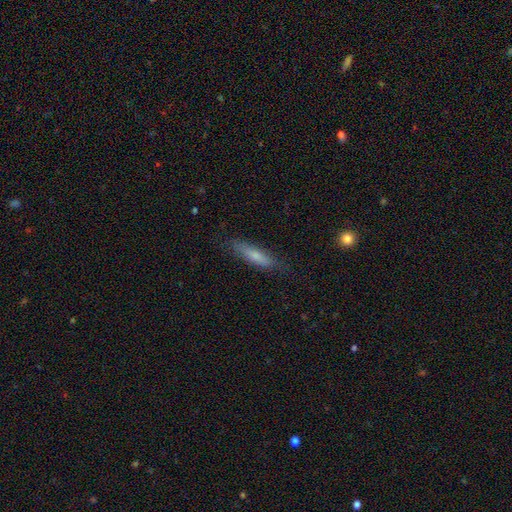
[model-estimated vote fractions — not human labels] Smooth or featured: smooth — 68% (featured or disk — 26%)
How rounded: cigar-shaped — 78% (in between — 20%)
Merging: none — 79% (minor disturbance — 16%)